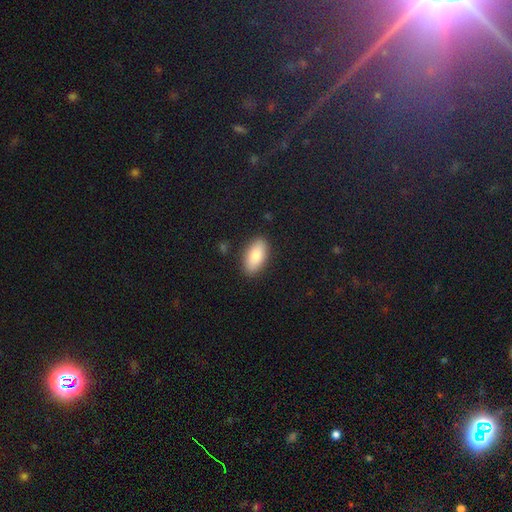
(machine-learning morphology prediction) Smooth or featured?
  - smooth: 85% *
  - featured or disk: 9%
  - star or artifact: 6%
How rounded?
  - in between: 91% *
  - cigar-shaped: 6%
  - round: 3%
Merging?
  - none: 88% *
  - minor disturbance: 9%
  - major disturbance: 2%
  - merger: 1%